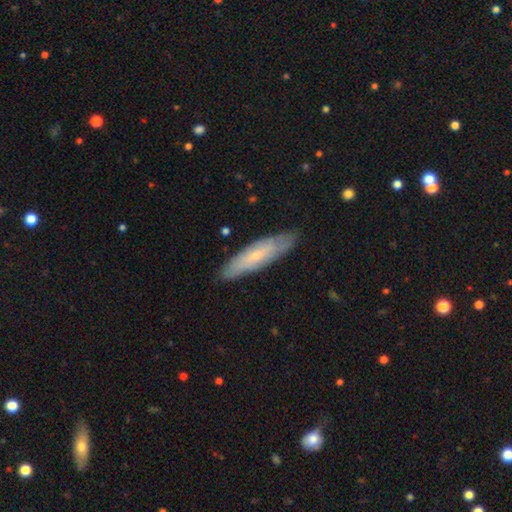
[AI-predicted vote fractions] Q: Smooth or featured?
A: smooth (50%); runner-up: featured or disk (43%)
Q: How rounded?
A: cigar-shaped (72%); runner-up: in between (27%)
Q: Merging?
A: none (82%); runner-up: minor disturbance (14%)